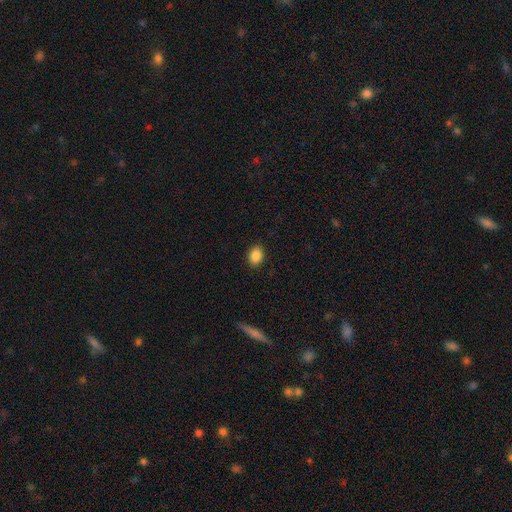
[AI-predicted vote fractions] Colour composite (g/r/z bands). It shows a smooth galaxy with no disk features (88%) that is in between round and cigar-shaped (69%). Merging: none (89%).